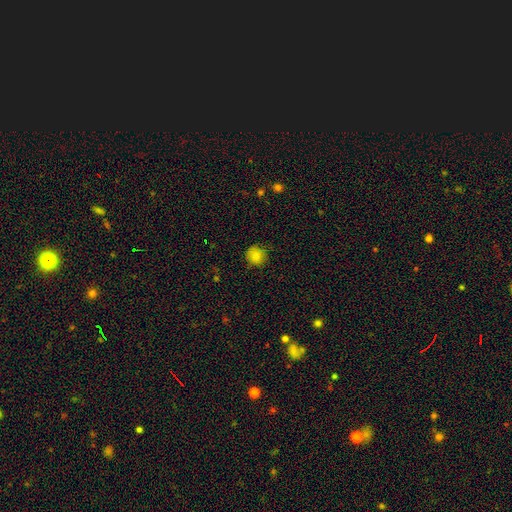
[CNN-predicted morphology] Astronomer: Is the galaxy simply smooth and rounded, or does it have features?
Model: smooth — 85%.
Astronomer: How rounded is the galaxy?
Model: round — 89%.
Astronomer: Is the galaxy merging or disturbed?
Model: none — 82%.